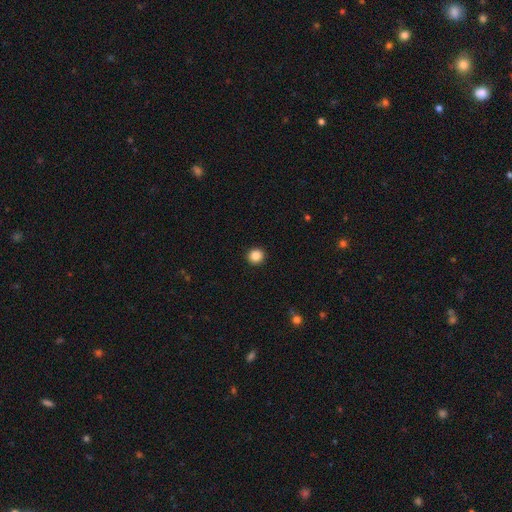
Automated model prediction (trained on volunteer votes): This appears to be a smooth galaxy with no disk features (86%) that is round (93%). Merging: none (93%).